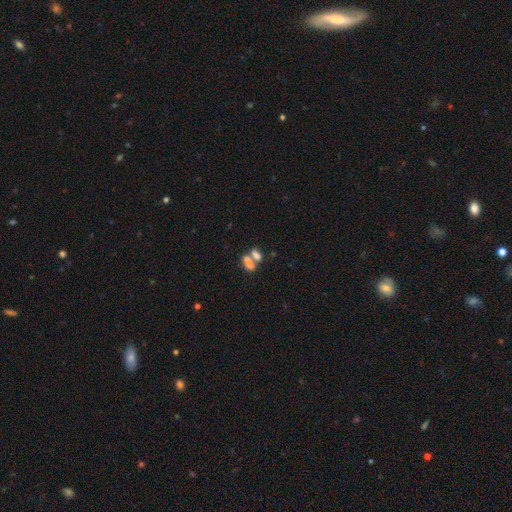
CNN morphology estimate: Q: Smooth or featured?
A: smooth (73%); runner-up: featured or disk (16%)
Q: How rounded?
A: in between (78%); runner-up: round (11%)
Q: Merging?
A: merger (60%); runner-up: none (28%)